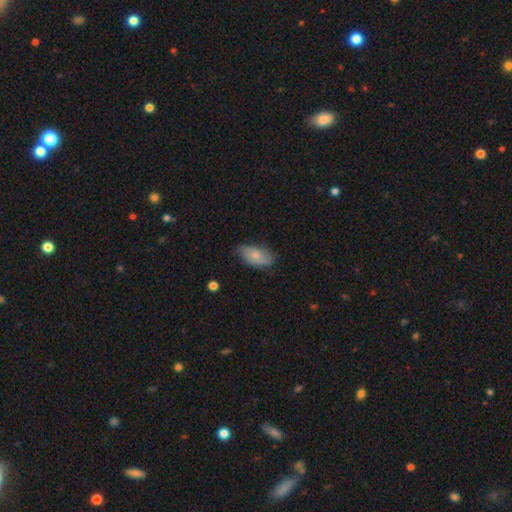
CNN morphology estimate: Smooth or featured? smooth (72%)
How rounded? in between (92%)
Merging? none (72%)